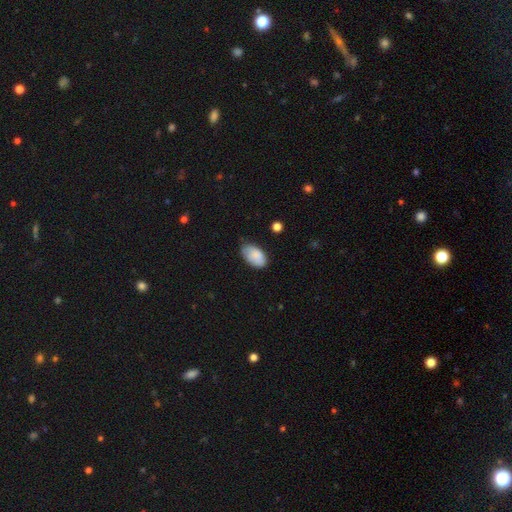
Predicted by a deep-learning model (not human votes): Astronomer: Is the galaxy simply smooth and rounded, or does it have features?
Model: smooth — 85%.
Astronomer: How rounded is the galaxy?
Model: in between — 94%.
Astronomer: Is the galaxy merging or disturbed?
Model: none — 65%.